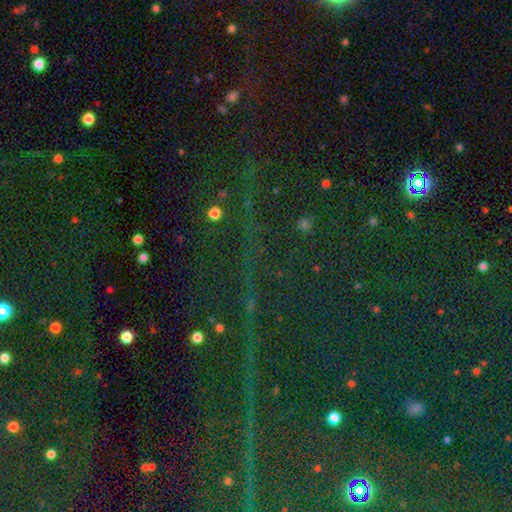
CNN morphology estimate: The model was most divided on "smooth or featured": star or artifact: 82%, smooth: 9%, featured or disk: 9%.